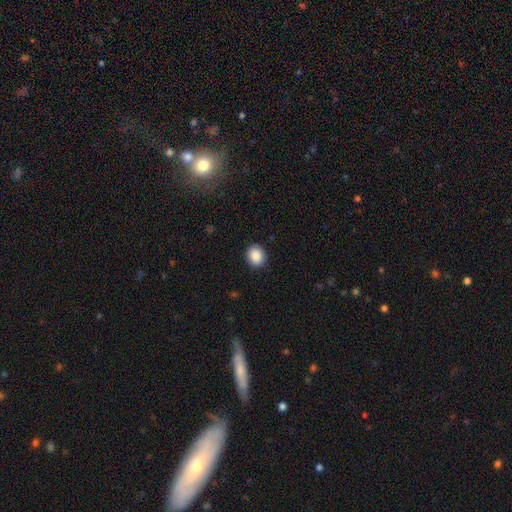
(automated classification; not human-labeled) A smooth galaxy with no disk features (89%) that is round (63%).

Vote fractions:
- Smooth or featured? smooth: 89% / star or artifact: 8% / featured or disk: 3%
- How rounded? round: 63% / in between: 36% / cigar-shaped: 1%
- Merging? none: 88% / minor disturbance: 9% / major disturbance: 2% / merger: 1%